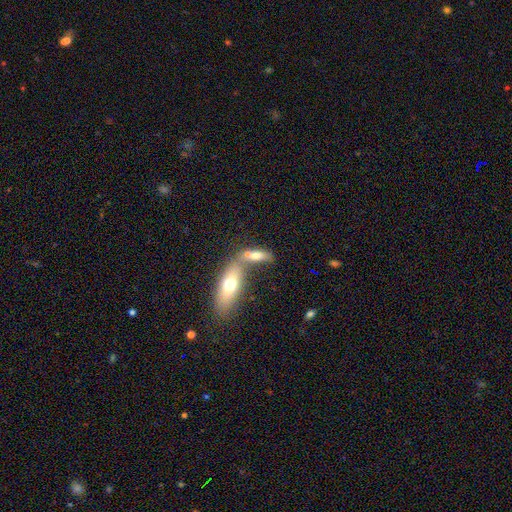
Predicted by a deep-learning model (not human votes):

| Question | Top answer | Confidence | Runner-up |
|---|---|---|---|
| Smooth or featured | smooth | 63% | featured or disk (28%) |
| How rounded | in between | 65% | cigar-shaped (30%) |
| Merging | merger | 57% | none (29%) |